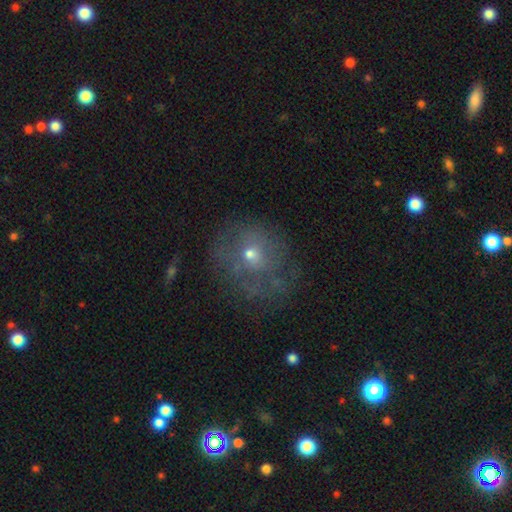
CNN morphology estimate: smooth-or-featured: featured or disk: 40% | smooth: 39% | star or artifact: 20%
  merging: none: 67% | minor disturbance: 18% | major disturbance: 13% | merger: 2%